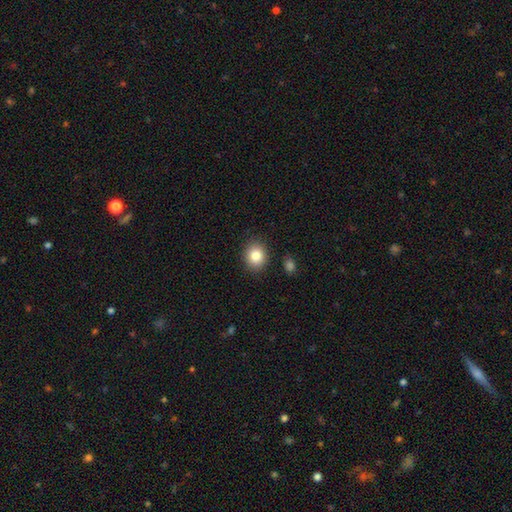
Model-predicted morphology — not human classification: Overall: smooth (84%). How rounded: round (70%). Merging: none (88%).